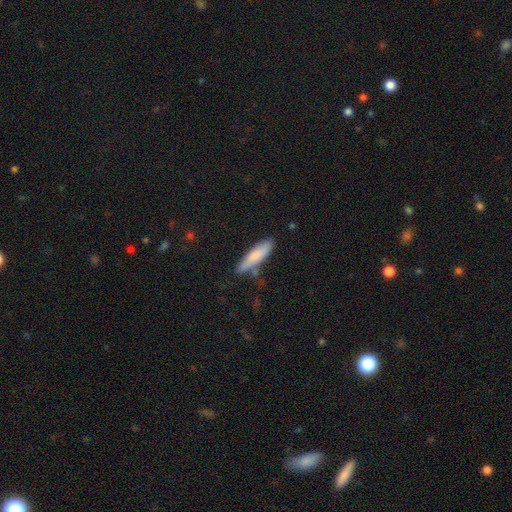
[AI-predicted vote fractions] smooth-or-featured: smooth: 80% | featured or disk: 14% | star or artifact: 6%
  how-rounded: cigar-shaped: 69% | in between: 29% | round: 2%
  merging: none: 71% | minor disturbance: 19% | merger: 5% | major disturbance: 4%